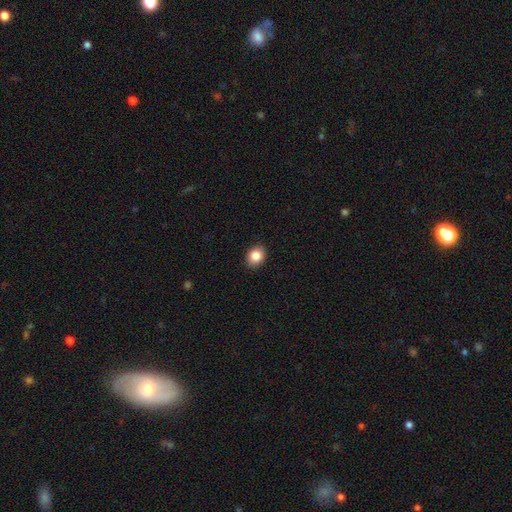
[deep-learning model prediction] Smooth or featured: smooth — 85% (star or artifact — 9%)
How rounded: in between — 53% (round — 46%)
Merging: none — 90% (minor disturbance — 8%)